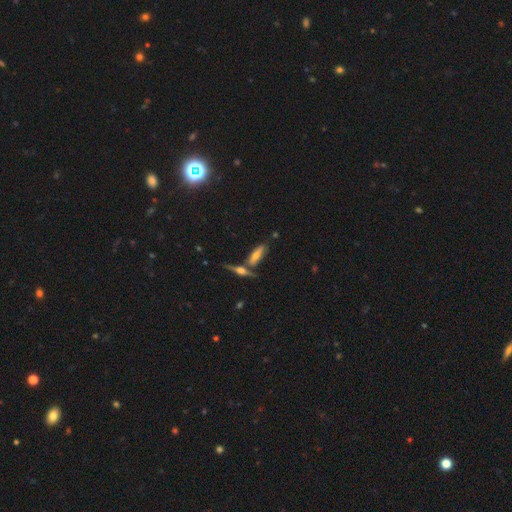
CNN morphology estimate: This is possibly a smooth galaxy (45%). Merging: possibly none (56%).